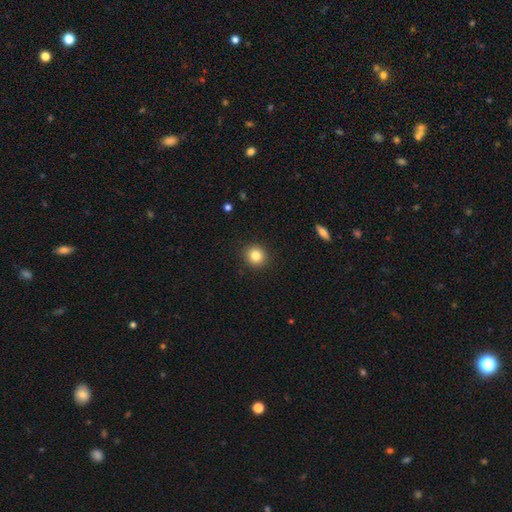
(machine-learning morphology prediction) This appears to be a smooth galaxy with no disk features (83%) that is round (91%). Merging: none (92%).